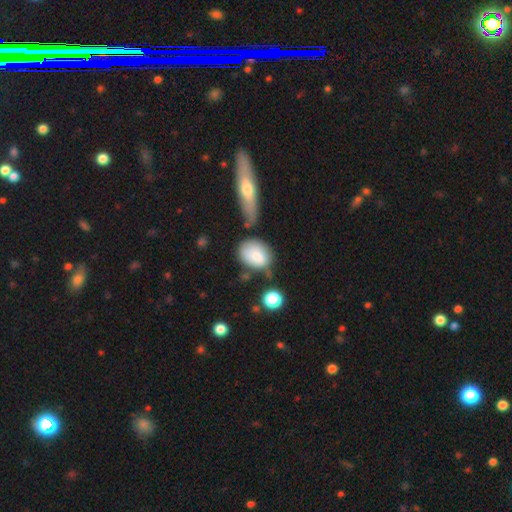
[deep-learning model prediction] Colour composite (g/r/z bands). It shows a smooth galaxy with no disk features (78%) that is in between round and cigar-shaped (63%). Merging: none (50%).